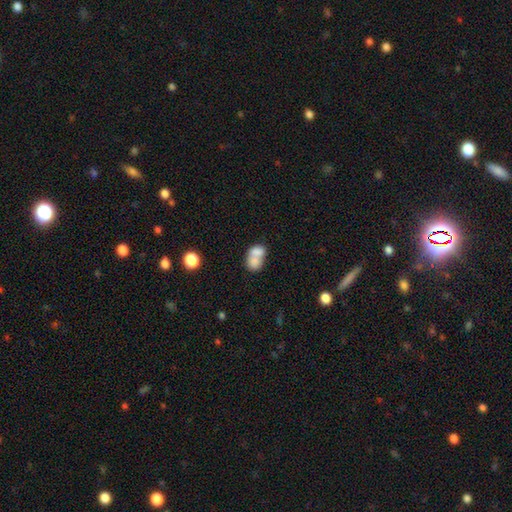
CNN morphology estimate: smooth_or_featured: smooth (p=0.74) [alt: featured or disk p=0.18]
how_rounded: in between (p=0.65) [alt: round p=0.34]
merging: merger (p=0.69) [alt: none p=0.20]